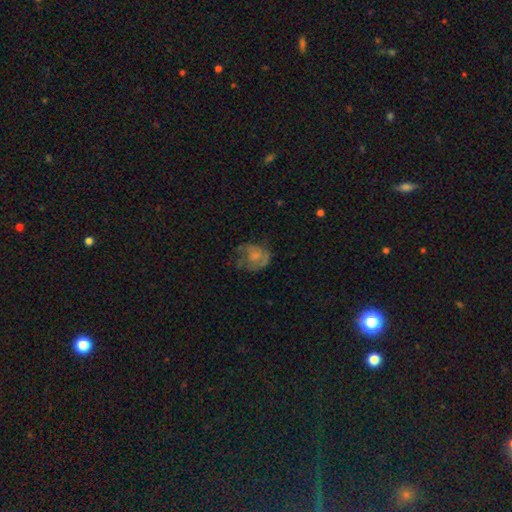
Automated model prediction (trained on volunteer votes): Smooth or featured? Predicted: featured or disk (p=0.47). Merging? Predicted: none (p=0.38).